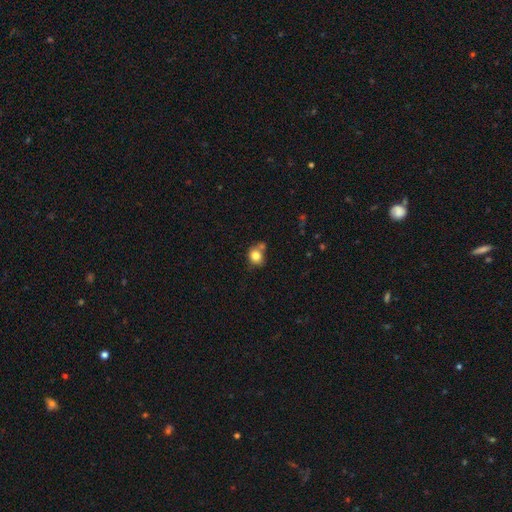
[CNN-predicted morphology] smooth-or-featured: smooth: 81% | star or artifact: 10% | featured or disk: 9%
  how-rounded: round: 68% | in between: 32% | cigar-shaped: 1%
  merging: none: 55% | merger: 23% | minor disturbance: 17% | major disturbance: 5%